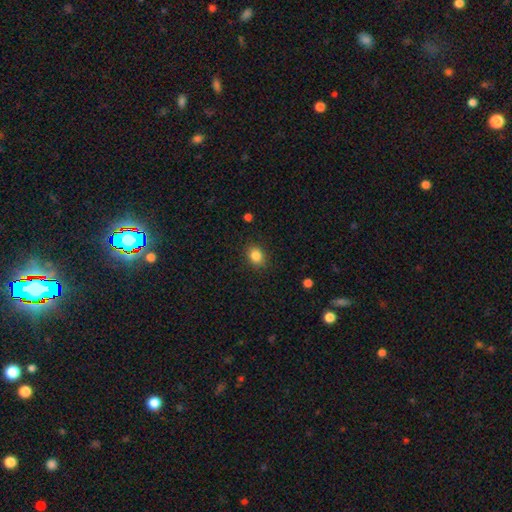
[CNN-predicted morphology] Smooth or featured?
  - smooth: 85% *
  - star or artifact: 10%
  - featured or disk: 5%
How rounded?
  - round: 54% *
  - in between: 45%
  - cigar-shaped: 1%
Merging?
  - none: 87% *
  - minor disturbance: 9%
  - major disturbance: 3%
  - merger: 1%